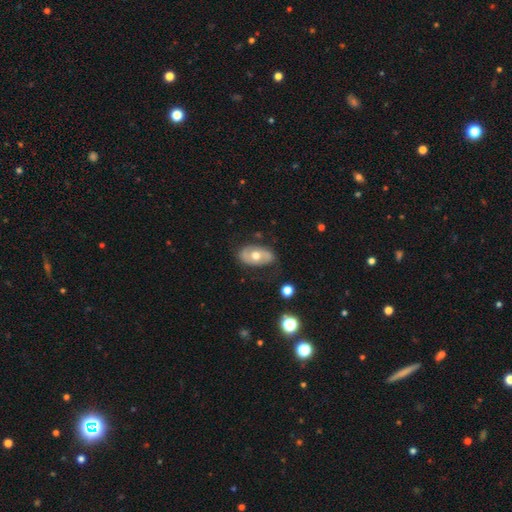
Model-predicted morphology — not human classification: type=featured or disk (56%); edge-on=no (92%); bar=no (77%); spiral arms=no (50%, tied with yes); bulge=moderate (78%); merging=none (67%).